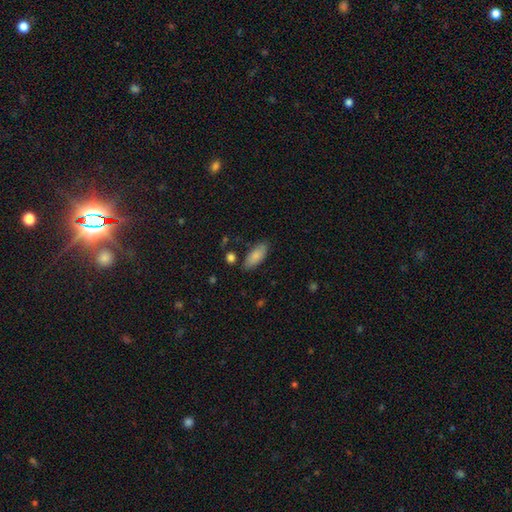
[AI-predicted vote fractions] This appears to be a smooth galaxy with no disk features (85%) that is in between round and cigar-shaped (85%). Merging: none (78%).